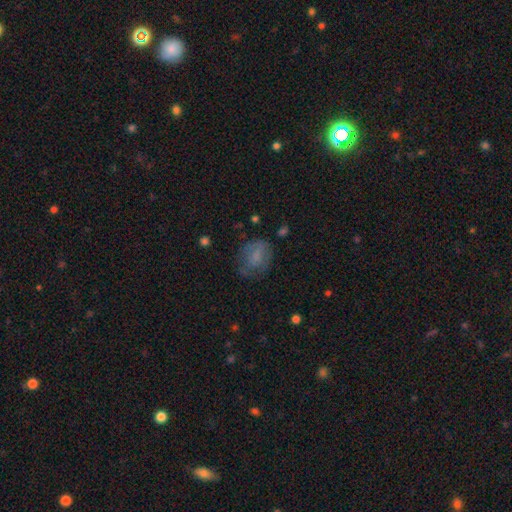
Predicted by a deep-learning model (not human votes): Overall: smooth (63%; featured or disk 25%). How rounded: in between (57%; round 41%). Merging: none (54%; minor disturbance 25%).